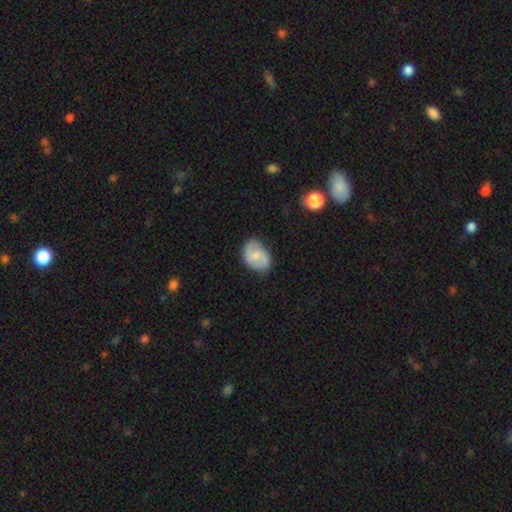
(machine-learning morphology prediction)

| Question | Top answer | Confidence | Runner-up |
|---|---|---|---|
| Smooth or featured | smooth | 49% | featured or disk (44%) |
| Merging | none | 72% | minor disturbance (21%) |